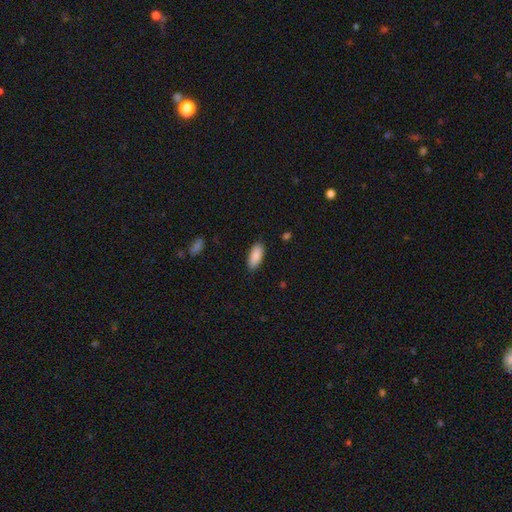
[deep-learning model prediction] Overall: smooth (89%). How rounded: in between (84%). Merging: none (85%).